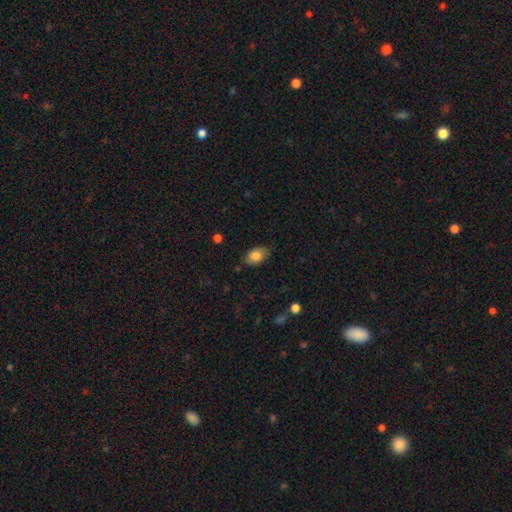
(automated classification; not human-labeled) smooth_or_featured: smooth (p=0.82) [alt: featured or disk p=0.11]
how_rounded: in between (p=0.90) [alt: round p=0.09]
merging: none (p=0.82) [alt: minor disturbance p=0.14]